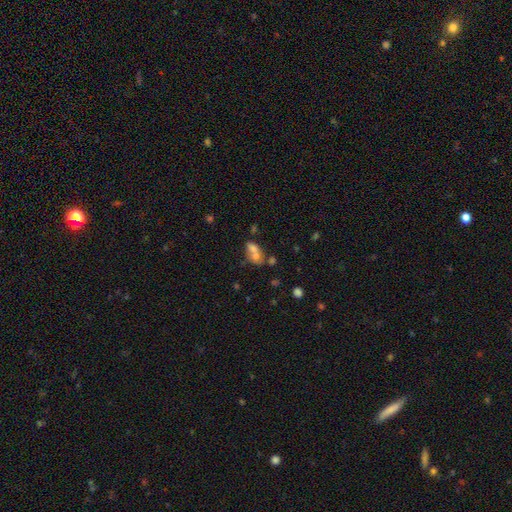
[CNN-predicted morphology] This appears to be a smooth galaxy with no disk features (65%) that is in between round and cigar-shaped (66%). Merging: merger (63%).